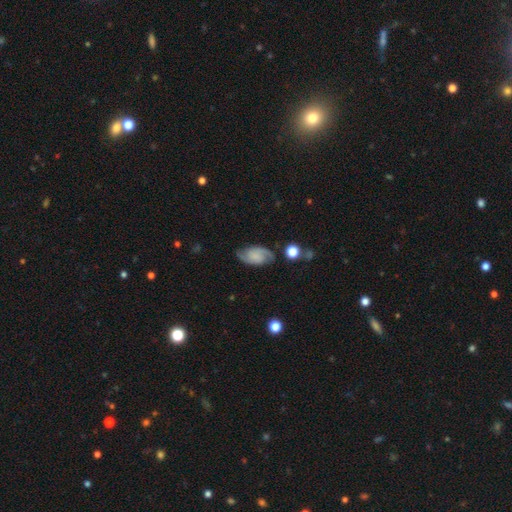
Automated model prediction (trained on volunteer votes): The model was most divided on "spiral winding": medium: 47%, tight: 29%, loose: 23%. More confident: edge-on disk — no (96%); spiral arms — yes (94%); spiral arm count — 2 (88%); merging — none (77%); smooth or featured — featured or disk (69%); bar — no (55%); bulge size — none (52%).